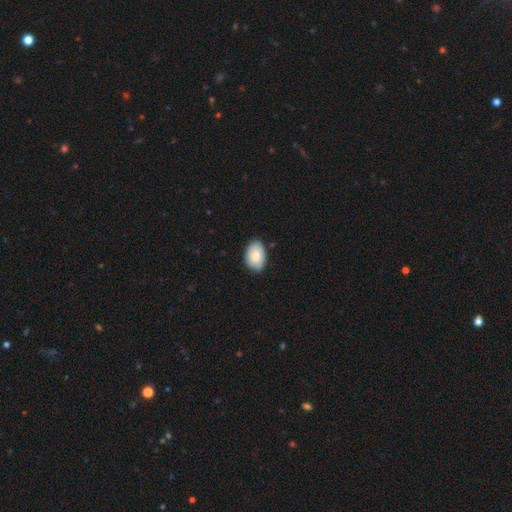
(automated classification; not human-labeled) A smooth galaxy with no disk features (80%) that is in between round and cigar-shaped (87%). Merging: none (82%).